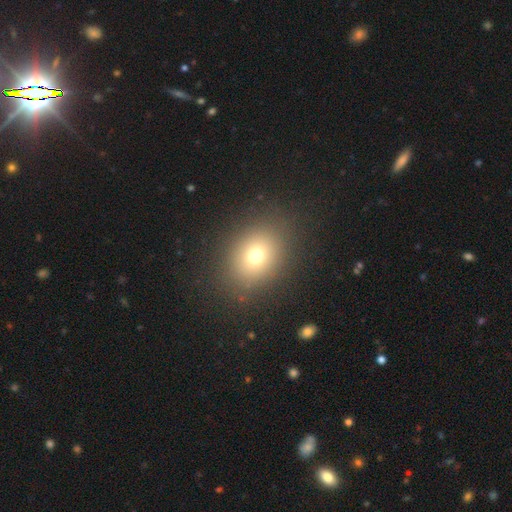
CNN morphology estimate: Q: Smooth or featured?
A: smooth (72%); runner-up: star or artifact (16%)
Q: How rounded?
A: in between (51%); runner-up: round (48%)
Q: Merging?
A: none (86%); runner-up: minor disturbance (9%)